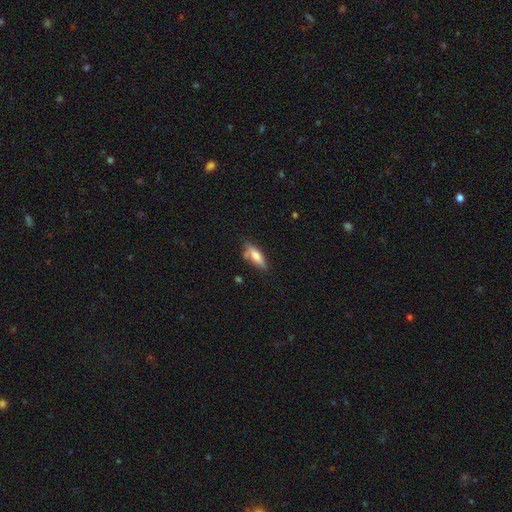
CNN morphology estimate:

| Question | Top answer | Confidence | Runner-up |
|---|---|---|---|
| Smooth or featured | smooth | 67% | featured or disk (25%) |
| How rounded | in between | 55% | cigar-shaped (43%) |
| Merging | none | 60% | minor disturbance (25%) |